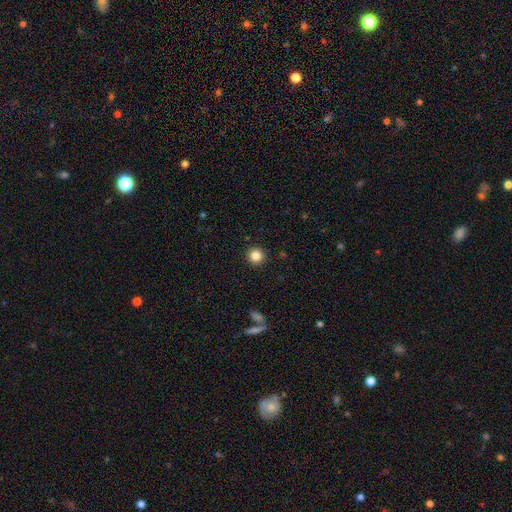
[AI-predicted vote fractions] Smooth or featured? smooth (84%)
How rounded? round (95%)
Merging? none (93%)